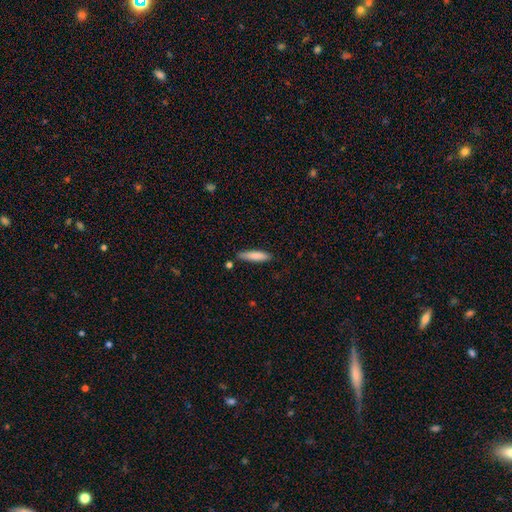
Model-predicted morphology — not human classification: smooth_or_featured: smooth (p=0.82) [alt: featured or disk p=0.12]
how_rounded: cigar-shaped (p=0.78) [alt: in between p=0.20]
merging: none (p=0.78) [alt: minor disturbance p=0.15]